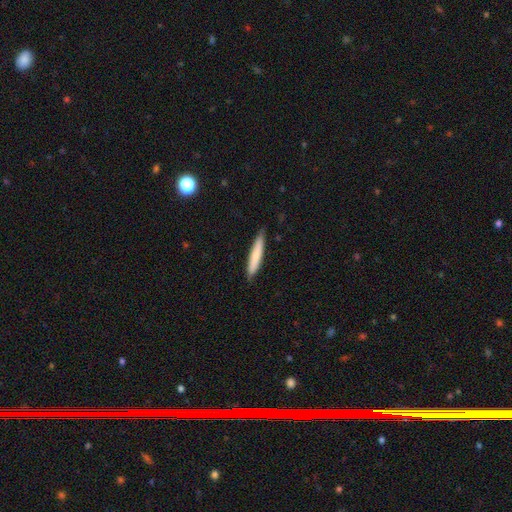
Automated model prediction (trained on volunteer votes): Smooth or featured: smooth — 72% (featured or disk — 22%)
How rounded: cigar-shaped — 91% (in between — 8%)
Merging: none — 84% (minor disturbance — 13%)